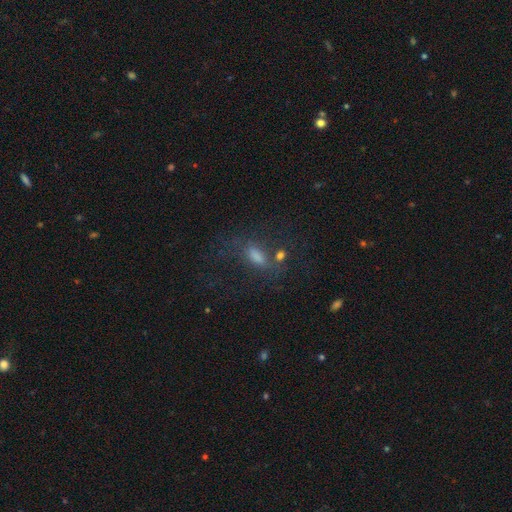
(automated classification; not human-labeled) Morphology: type=smooth (59%); roundness=in between (64%); merging=none (52%).